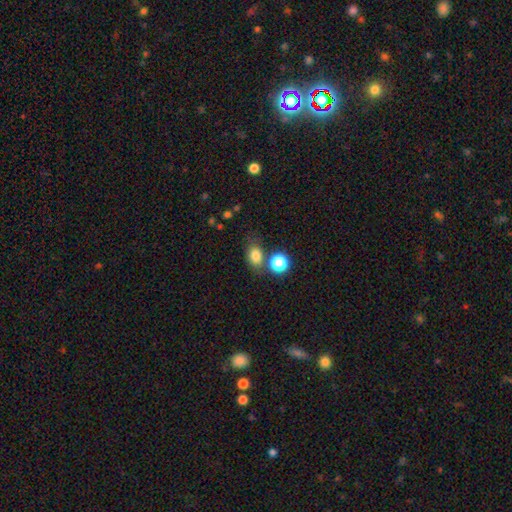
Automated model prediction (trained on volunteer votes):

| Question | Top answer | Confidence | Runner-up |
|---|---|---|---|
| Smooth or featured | smooth | 80% | star or artifact (13%) |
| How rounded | in between | 63% | round (35%) |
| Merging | none | 66% | merger (16%) |